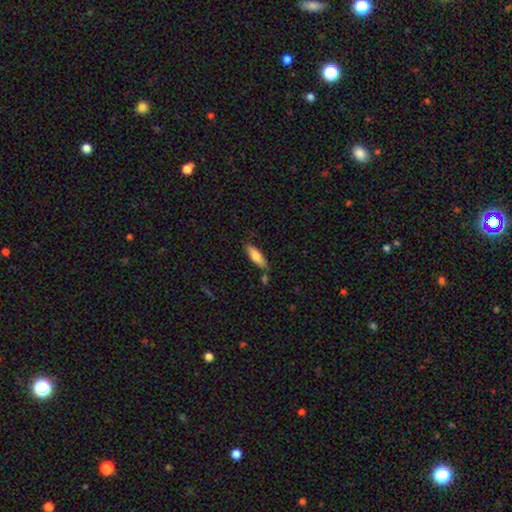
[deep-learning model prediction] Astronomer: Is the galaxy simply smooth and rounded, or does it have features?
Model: smooth — 79%.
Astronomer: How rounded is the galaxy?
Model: in between — 52% (runner-up: cigar-shaped, 46%).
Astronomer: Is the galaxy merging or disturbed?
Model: none — 73%.